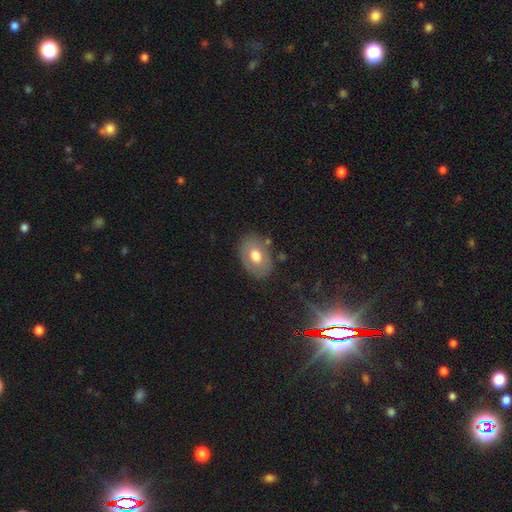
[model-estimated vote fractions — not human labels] Q: Smooth or featured?
A: smooth (61%); runner-up: featured or disk (32%)
Q: How rounded?
A: in between (78%); runner-up: round (21%)
Q: Merging?
A: none (77%); runner-up: minor disturbance (16%)